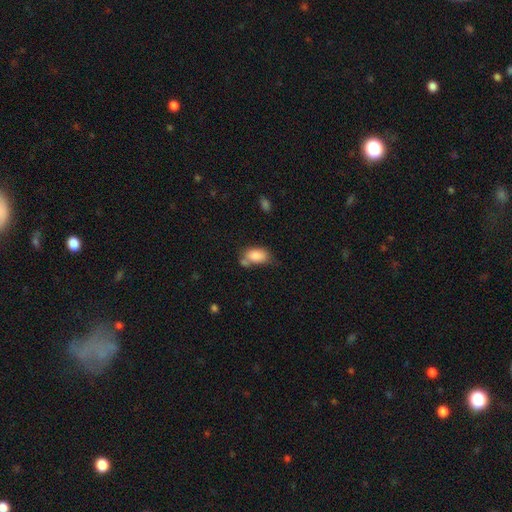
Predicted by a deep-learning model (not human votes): The model was most divided on "merging": none: 43%, merger: 25%, minor disturbance: 24%, major disturbance: 9%. More confident: how rounded — in between (91%); smooth or featured — smooth (85%).